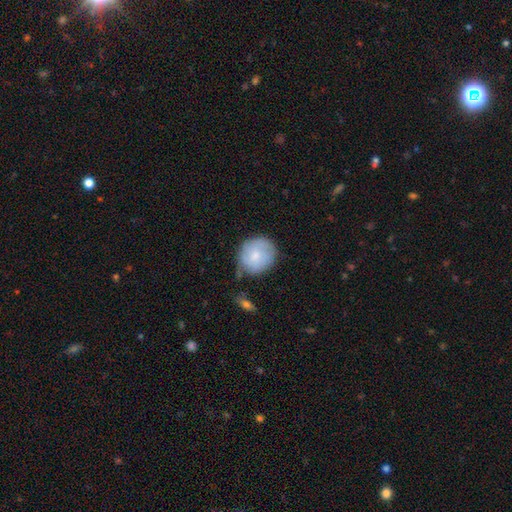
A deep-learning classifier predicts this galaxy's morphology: smooth_or_featured: smooth (p=0.70) [alt: featured or disk p=0.23]
how_rounded: round (p=0.82) [alt: in between p=0.17]
merging: none (p=0.63) [alt: minor disturbance p=0.26]